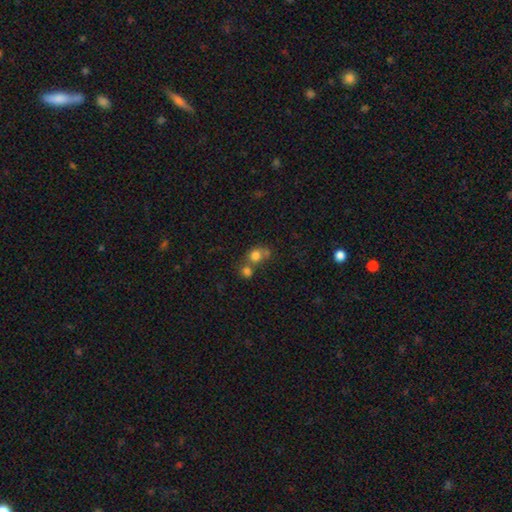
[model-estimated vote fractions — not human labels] Morphology: type=smooth (77%); roundness=round (76%); merging=merger (46%).